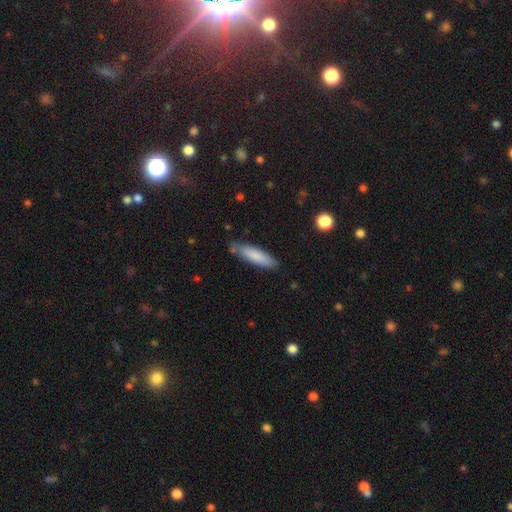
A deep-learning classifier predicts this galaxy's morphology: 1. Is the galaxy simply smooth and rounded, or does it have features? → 81% smooth, 13% featured or disk, 6% star or artifact.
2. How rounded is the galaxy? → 71% cigar-shaped, 28% in between, 1% round.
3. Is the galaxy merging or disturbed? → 78% none, 16% minor disturbance, 3% merger, 3% major disturbance.